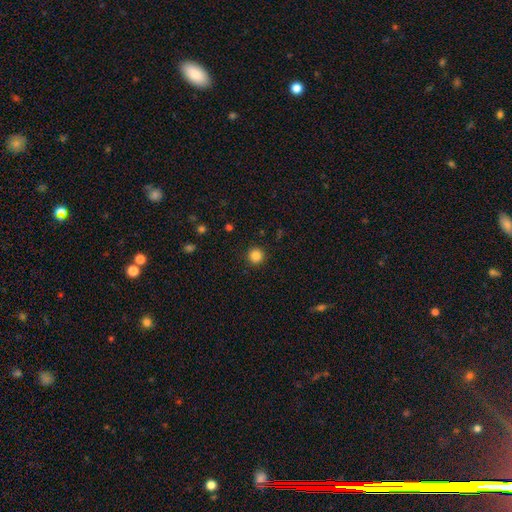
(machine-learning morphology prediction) A smooth galaxy with no disk features (85%) that is round (95%).

Vote fractions:
- Smooth or featured? smooth: 85% / star or artifact: 11% / featured or disk: 3%
- How rounded? round: 95% / in between: 4% / cigar-shaped: 1%
- Merging? none: 92% / minor disturbance: 5% / major disturbance: 2% / merger: 1%